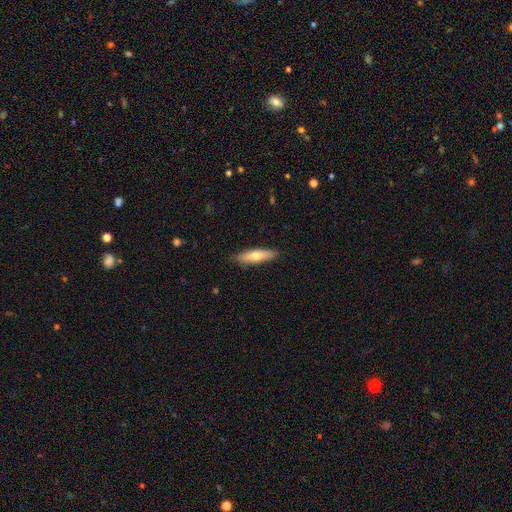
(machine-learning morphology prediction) Smooth or featured?
  - smooth: 64% *
  - featured or disk: 30%
  - star or artifact: 6%
How rounded?
  - cigar-shaped: 69% *
  - in between: 29%
  - round: 2%
Merging?
  - none: 88% *
  - minor disturbance: 9%
  - major disturbance: 2%
  - merger: 1%